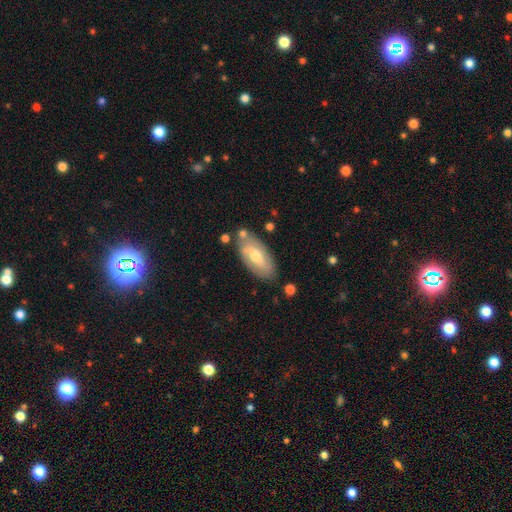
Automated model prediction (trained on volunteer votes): Overall: smooth (49%; featured or disk 45%). Merging: none (74%).